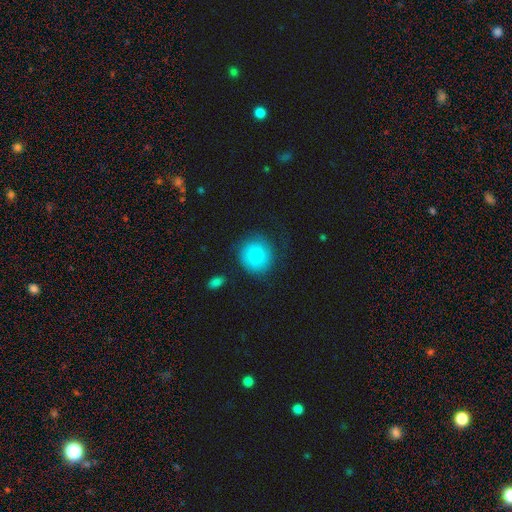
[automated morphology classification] Overall: smooth (76%). How rounded: round (91%). Merging: none (70%).